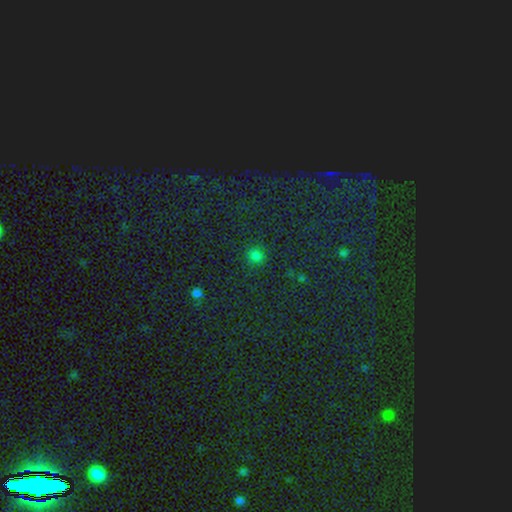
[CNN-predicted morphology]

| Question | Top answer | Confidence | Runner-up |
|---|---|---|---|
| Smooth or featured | smooth | 68% | star or artifact (27%) |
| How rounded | round | 89% | in between (9%) |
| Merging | none | 85% | minor disturbance (9%) |